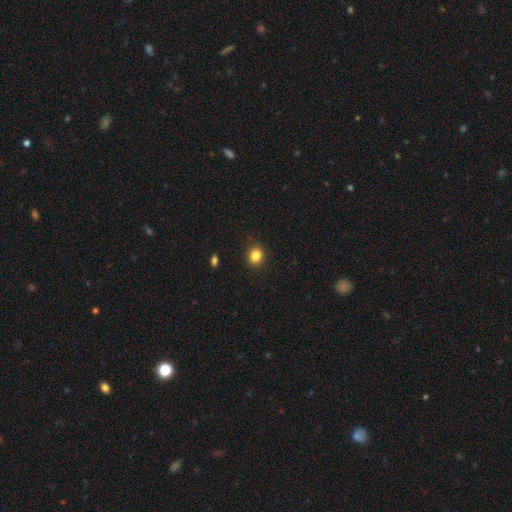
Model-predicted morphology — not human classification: A smooth galaxy with no disk features (84%) that is round (70%).

Vote fractions:
- Smooth or featured? smooth: 84% / star or artifact: 11% / featured or disk: 5%
- How rounded? round: 70% / in between: 29% / cigar-shaped: 1%
- Merging? none: 90% / minor disturbance: 7% / major disturbance: 2% / merger: 1%